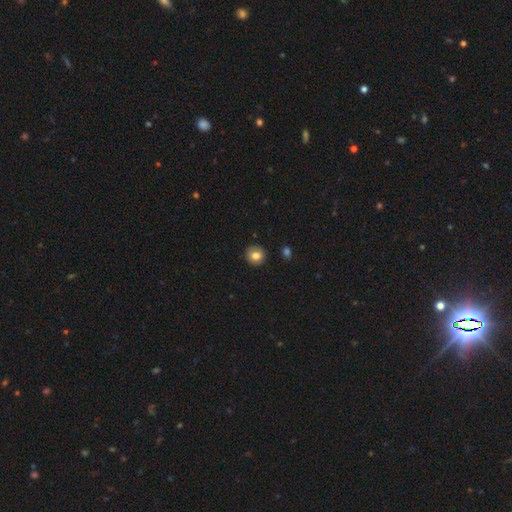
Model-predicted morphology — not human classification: A smooth galaxy with no disk features (79%) that is round (89%).

Vote fractions:
- Smooth or featured? smooth: 79% / featured or disk: 12% / star or artifact: 9%
- How rounded? round: 89% / in between: 10% / cigar-shaped: 1%
- Merging? none: 89% / minor disturbance: 8% / major disturbance: 2% / merger: 1%